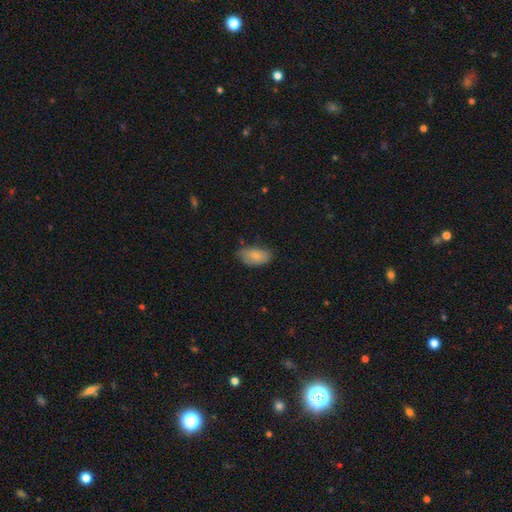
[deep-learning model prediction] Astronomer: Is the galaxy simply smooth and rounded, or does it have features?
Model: smooth — 83%.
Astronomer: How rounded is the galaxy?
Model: in between — 94%.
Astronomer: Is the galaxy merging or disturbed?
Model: none — 68%.